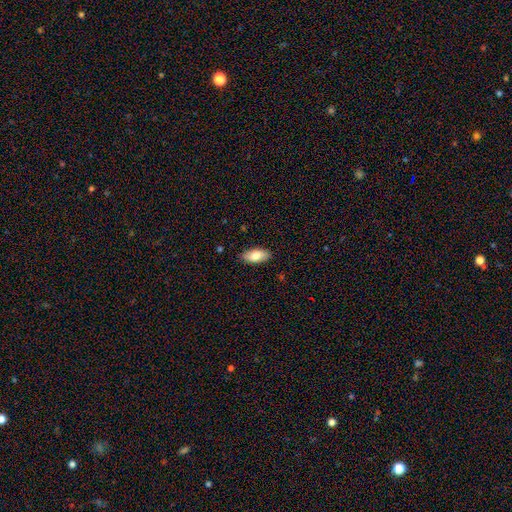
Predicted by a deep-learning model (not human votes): A smooth galaxy with no disk features (81%) that is in between round and cigar-shaped (90%). Merging: none (87%).